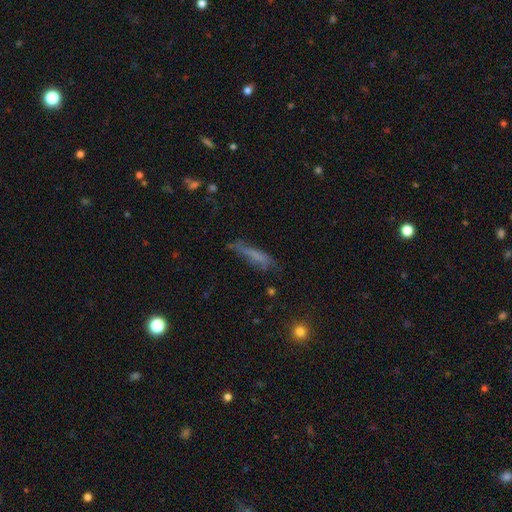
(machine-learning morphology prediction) smooth-or-featured: smooth: 60% | featured or disk: 27% | star or artifact: 13%
  how-rounded: cigar-shaped: 80% | in between: 18% | round: 2%
  merging: none: 54% | minor disturbance: 29% | major disturbance: 14% | merger: 4%